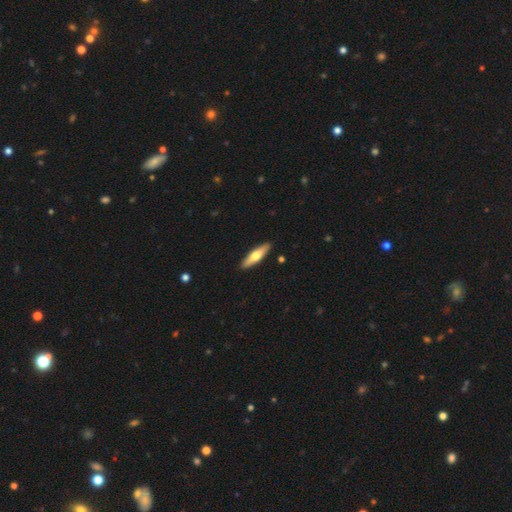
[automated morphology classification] The model was most divided on "smooth or featured": smooth: 55%, featured or disk: 40%, star or artifact: 5%. More confident: merging — none (91%); how rounded — cigar-shaped (71%).